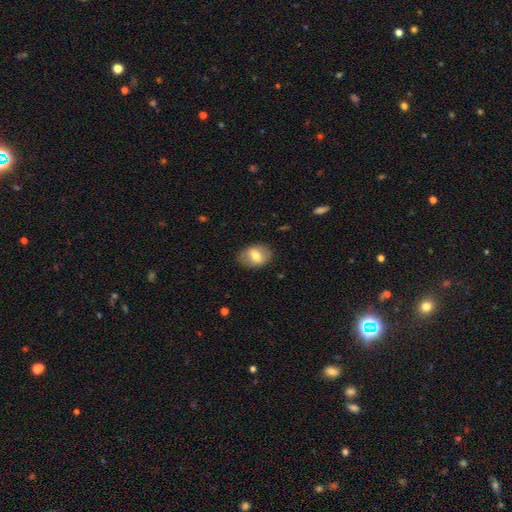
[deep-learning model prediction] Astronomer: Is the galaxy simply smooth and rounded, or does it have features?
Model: smooth — 67%.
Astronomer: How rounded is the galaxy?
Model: in between — 75%.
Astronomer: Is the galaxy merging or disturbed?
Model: none — 84%.